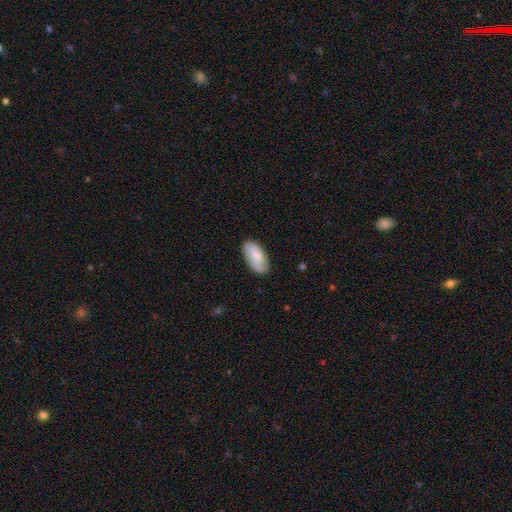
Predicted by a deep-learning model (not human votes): Smooth or featured?
  - smooth: 76% *
  - featured or disk: 19%
  - star or artifact: 6%
How rounded?
  - in between: 94% *
  - cigar-shaped: 3%
  - round: 2%
Merging?
  - none: 81% *
  - minor disturbance: 15%
  - major disturbance: 3%
  - merger: 1%